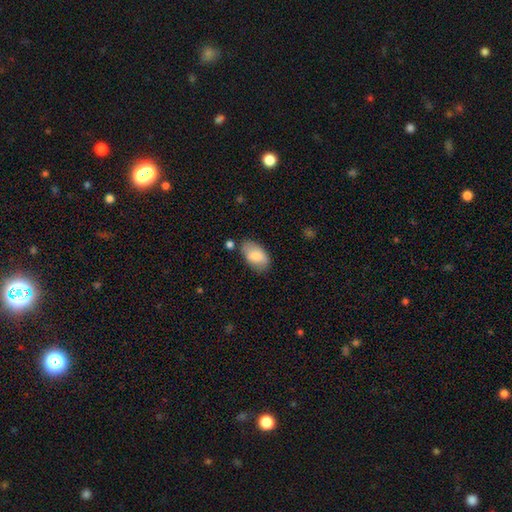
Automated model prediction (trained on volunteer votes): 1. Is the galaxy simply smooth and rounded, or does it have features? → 78% smooth, 16% featured or disk, 6% star or artifact.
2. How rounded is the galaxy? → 94% in between, 4% round, 2% cigar-shaped.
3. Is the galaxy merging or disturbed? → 73% none, 18% minor disturbance, 5% merger, 4% major disturbance.